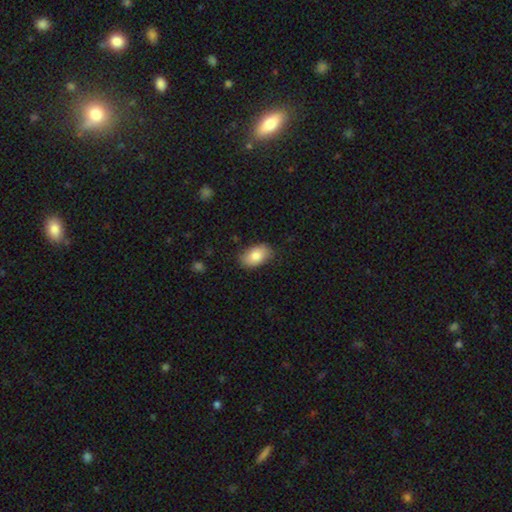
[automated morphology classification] smooth-or-featured: smooth: 83% | featured or disk: 10% | star or artifact: 7%
  how-rounded: in between: 92% | round: 7% | cigar-shaped: 1%
  merging: none: 83% | minor disturbance: 13% | major disturbance: 3% | merger: 1%